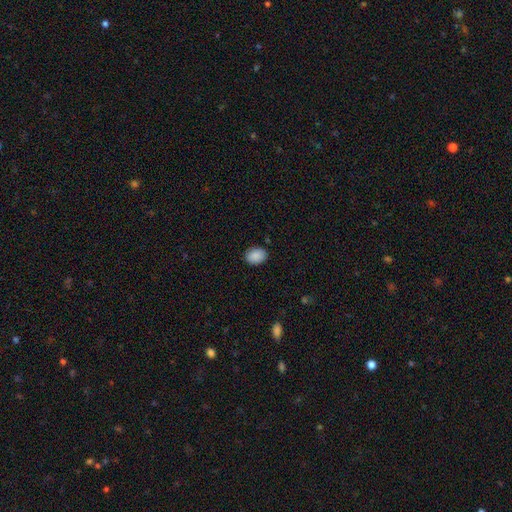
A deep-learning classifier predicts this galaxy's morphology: A smooth galaxy with no disk features (90%) that is in between round and cigar-shaped (73%). Merging: none (88%).